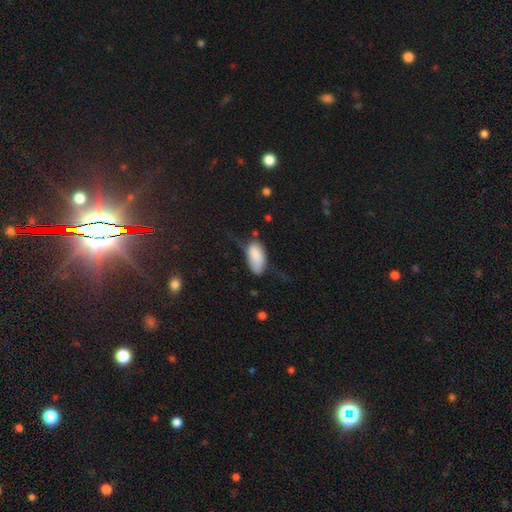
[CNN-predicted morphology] This is clearly a smooth galaxy (83%). How rounded: clearly in between (94%). Merging: marginally minor disturbance (35%, tied with none).